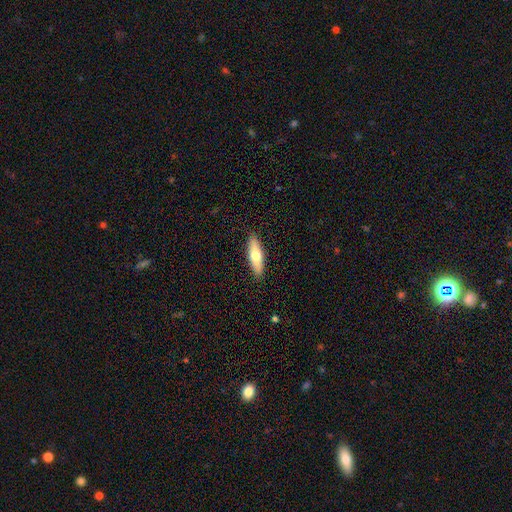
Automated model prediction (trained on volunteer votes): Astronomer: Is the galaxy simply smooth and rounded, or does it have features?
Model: smooth — 64%.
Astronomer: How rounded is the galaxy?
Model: cigar-shaped — 57% (runner-up: in between, 41%).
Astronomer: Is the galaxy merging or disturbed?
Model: none — 90%.